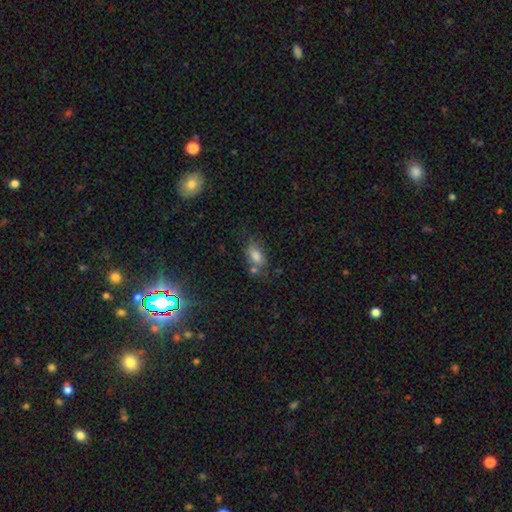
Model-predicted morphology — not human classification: A smooth galaxy with no disk features (74%) that is in between round and cigar-shaped (86%). Merging: none (60%).